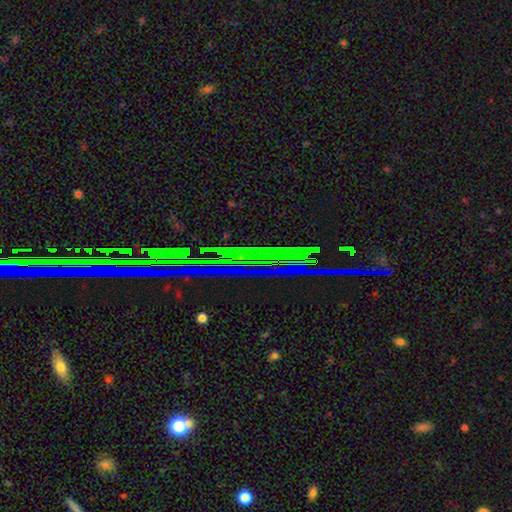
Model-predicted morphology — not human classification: A star or artifact, not a galaxy (76%).